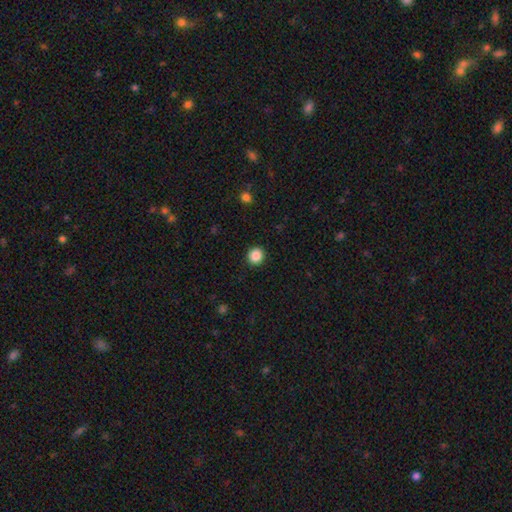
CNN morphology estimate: This is clearly a smooth galaxy (87%). How rounded: clearly round (92%). Merging: clearly none (92%).